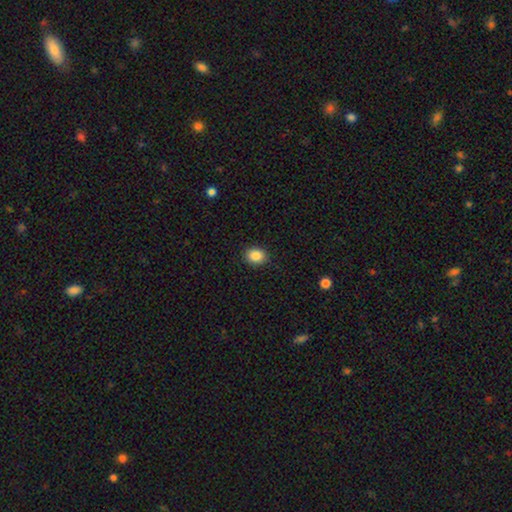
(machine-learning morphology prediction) smooth_or_featured: smooth (p=0.87) [alt: star or artifact p=0.09]
how_rounded: round (p=0.53) [alt: in between p=0.46]
merging: none (p=0.90) [alt: minor disturbance p=0.07]